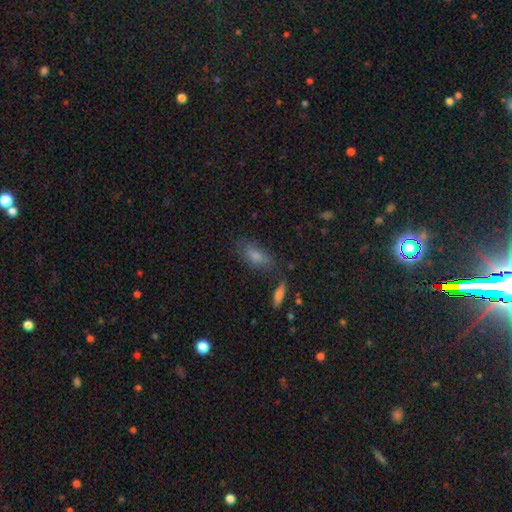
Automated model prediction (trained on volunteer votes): Smooth or featured?
  - smooth: 63% *
  - star or artifact: 20%
  - featured or disk: 17%
How rounded?
  - in between: 76% *
  - cigar-shaped: 18%
  - round: 6%
Merging?
  - none: 69% *
  - minor disturbance: 17%
  - merger: 7%
  - major disturbance: 6%